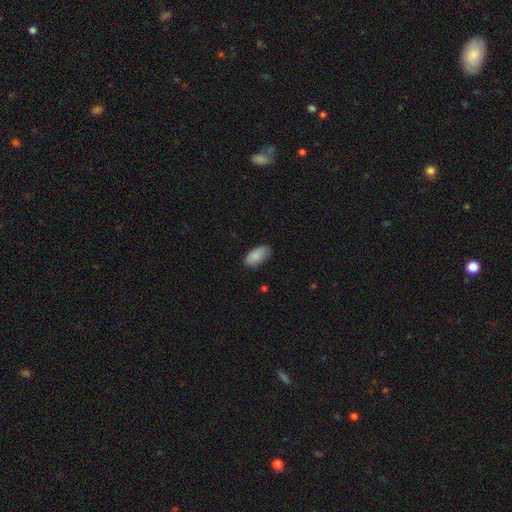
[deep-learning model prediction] smooth_or_featured: smooth (p=0.86) [alt: featured or disk p=0.07]
how_rounded: in between (p=0.93) [alt: cigar-shaped p=0.04]
merging: none (p=0.76) [alt: minor disturbance p=0.19]